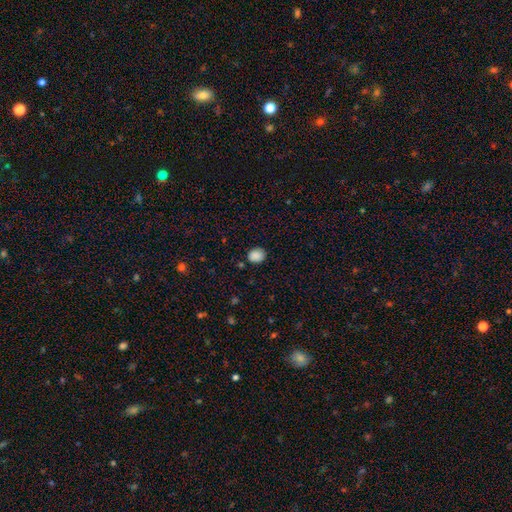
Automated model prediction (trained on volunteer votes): Smooth or featured? Predicted: smooth (p=0.88). How rounded? Predicted: round (p=0.60). Merging? Predicted: none (p=0.85).